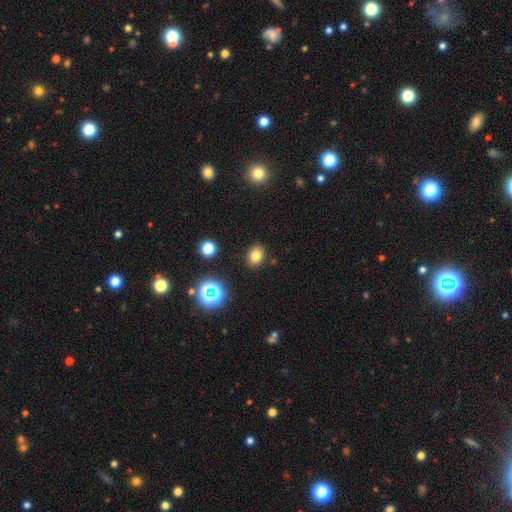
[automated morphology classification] smooth-or-featured: smooth: 77% | star or artifact: 15% | featured or disk: 8%
  how-rounded: in between: 55% | round: 44% | cigar-shaped: 1%
  merging: none: 87% | minor disturbance: 8% | major disturbance: 2% | merger: 2%